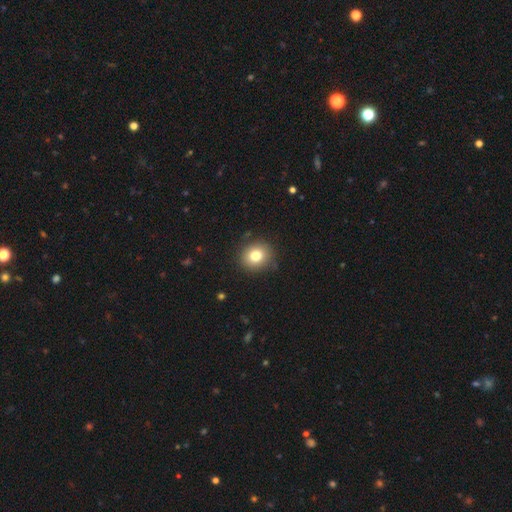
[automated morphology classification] This appears to be a smooth galaxy with no disk features (79%) that is round (80%). Merging: none (87%).